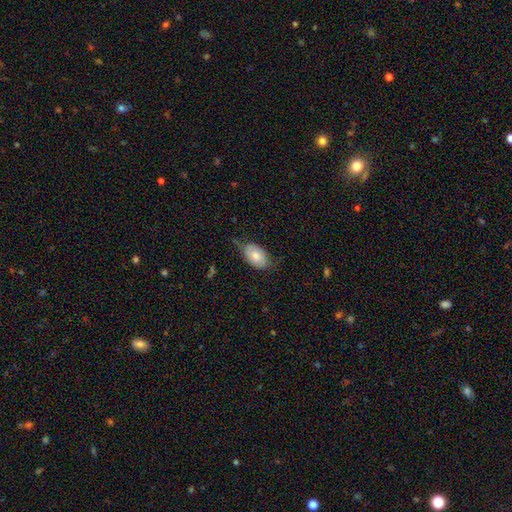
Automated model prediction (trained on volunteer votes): Smooth or featured?
  - smooth: 73% *
  - featured or disk: 21%
  - star or artifact: 7%
How rounded?
  - in between: 91% *
  - round: 8%
  - cigar-shaped: 1%
Merging?
  - none: 56% *
  - minor disturbance: 33%
  - major disturbance: 9%
  - merger: 2%